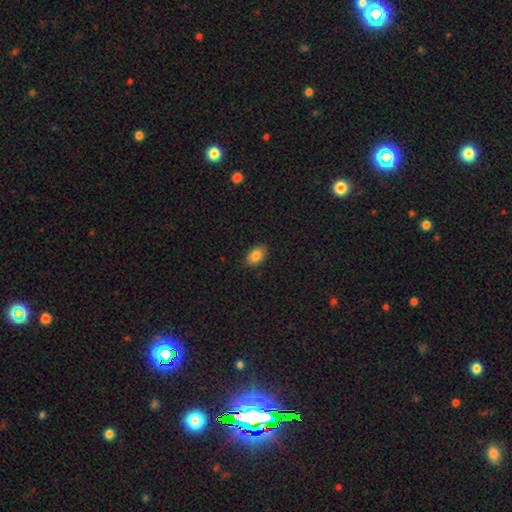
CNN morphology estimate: Q: Smooth or featured?
A: smooth (85%); runner-up: star or artifact (8%)
Q: How rounded?
A: in between (87%); runner-up: round (12%)
Q: Merging?
A: none (87%); runner-up: minor disturbance (10%)